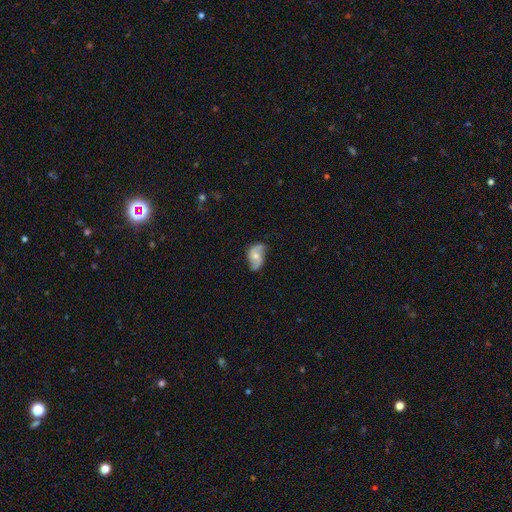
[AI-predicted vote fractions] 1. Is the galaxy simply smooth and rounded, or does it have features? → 68% featured or disk, 25% smooth, 7% star or artifact.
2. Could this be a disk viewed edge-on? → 97% no, 3% yes.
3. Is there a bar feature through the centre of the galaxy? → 61% no, 32% weak, 7% strong.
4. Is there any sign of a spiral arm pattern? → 92% yes, 8% no.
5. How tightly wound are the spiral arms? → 52% loose, 35% medium, 12% tight.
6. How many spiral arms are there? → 88% 2, 5% can't tell, 3% 1, 2% 3, 1% 4, 1% more than 4.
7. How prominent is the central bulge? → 52% moderate, 38% small, 6% none, 3% large, 1% dominant.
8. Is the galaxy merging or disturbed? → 65% none, 25% minor disturbance, 8% major disturbance, 2% merger.